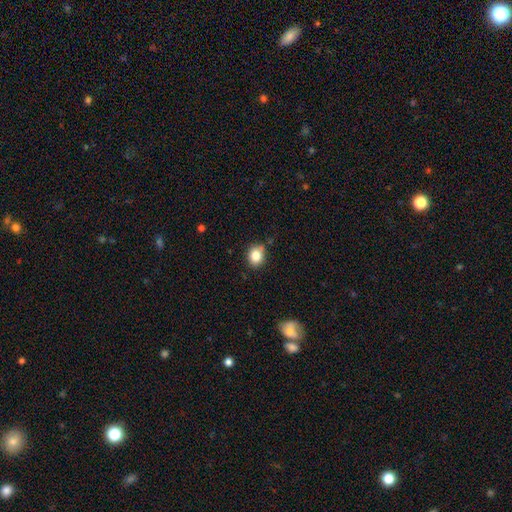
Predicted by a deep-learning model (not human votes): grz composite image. It shows a smooth galaxy with no disk features (83%) that is round (63%). Merging: none (75%).